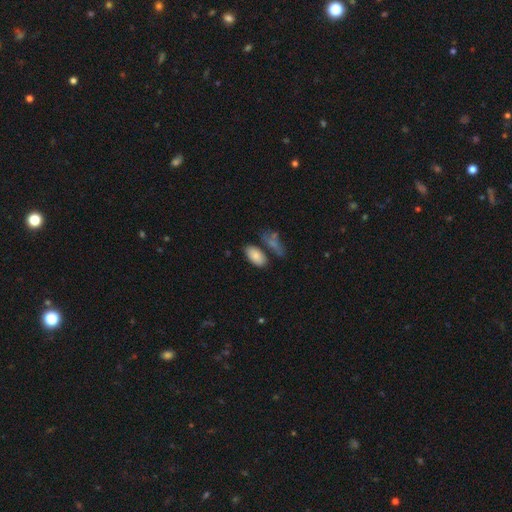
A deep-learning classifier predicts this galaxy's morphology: The model was most divided on "merging": none: 64%, minor disturbance: 16%, merger: 15%, major disturbance: 5%. More confident: how rounded — in between (93%); smooth or featured — smooth (84%).